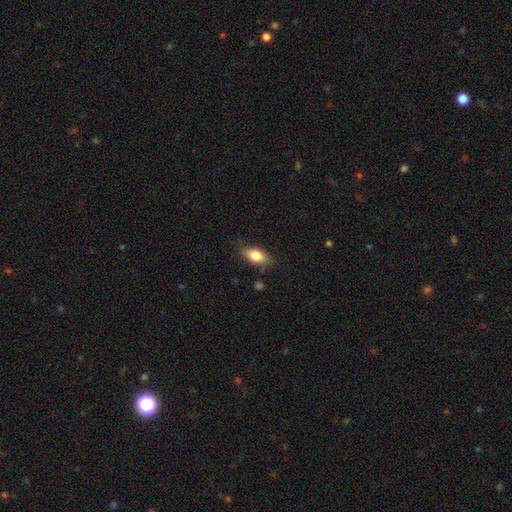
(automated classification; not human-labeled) smooth 79%, featured or disk 14%, star or artifact 7%. Down the decision tree: how rounded — in between (85%); merging — none (77%).